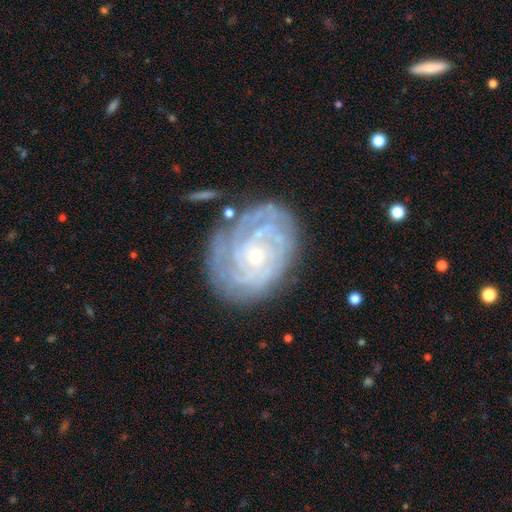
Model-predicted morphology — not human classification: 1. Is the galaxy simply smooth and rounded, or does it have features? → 86% featured or disk, 8% smooth, 6% star or artifact.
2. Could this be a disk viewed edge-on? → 97% no, 3% yes.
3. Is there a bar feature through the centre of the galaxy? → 79% no, 17% weak, 5% strong.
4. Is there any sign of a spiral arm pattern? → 96% yes, 4% no.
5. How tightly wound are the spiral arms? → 81% tight, 16% medium, 3% loose.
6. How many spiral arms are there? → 32% can't tell, 20% 3, 17% 4, 16% 2, 8% more than 4, 6% 1.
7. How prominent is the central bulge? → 72% small, 25% moderate, 1% large, 1% none, 1% dominant.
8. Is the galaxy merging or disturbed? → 74% none, 17% minor disturbance, 6% major disturbance, 2% merger.